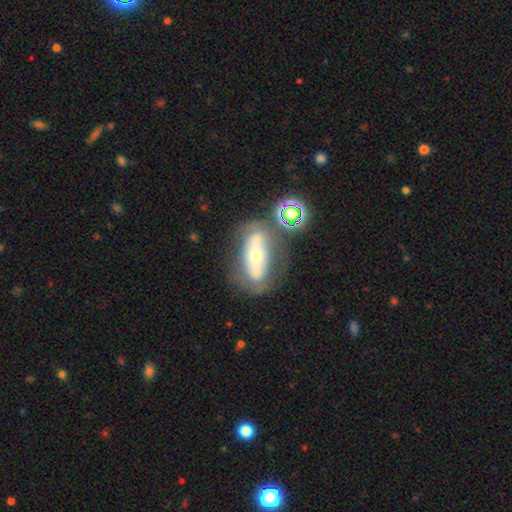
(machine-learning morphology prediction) smooth-or-featured: featured or disk: 58% | smooth: 32% | star or artifact: 10%
  disk-edge-on: no: 78% | yes: 22%
  merging: none: 59% | minor disturbance: 18% | major disturbance: 12% | merger: 11%